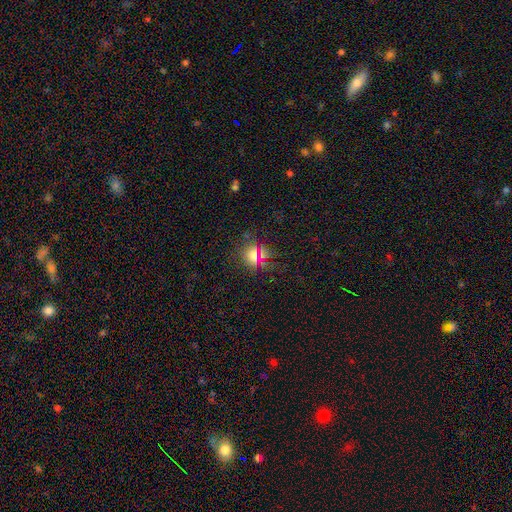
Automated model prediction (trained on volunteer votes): A smooth galaxy with no disk features (55%) that is round (73%). Merging: none (78%).